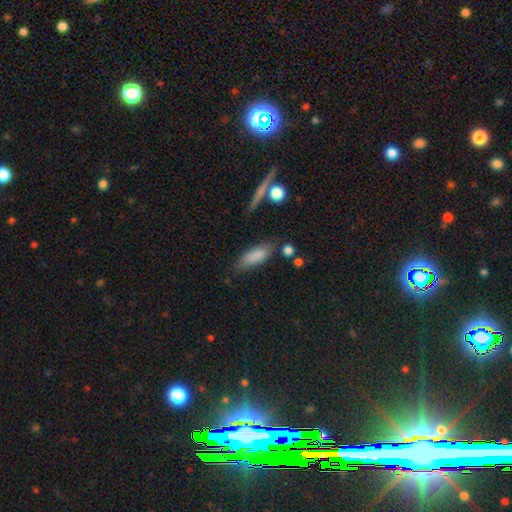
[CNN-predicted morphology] smooth 84%, featured or disk 9%, star or artifact 7%. Down the decision tree: how rounded — in between (64%); merging — none (73%).